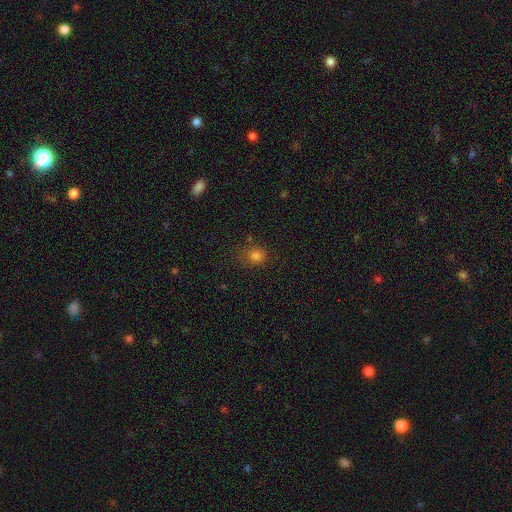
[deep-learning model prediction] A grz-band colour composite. It shows a smooth galaxy with no disk features (80%) that is round (74%). Merging: none (72%).